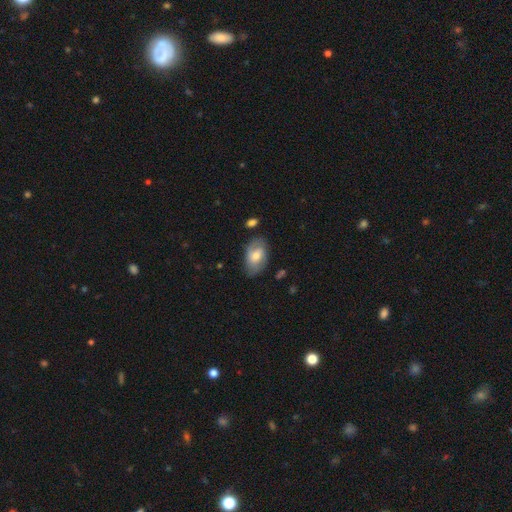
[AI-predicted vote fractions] The model was most divided on "smooth or featured": smooth: 51%, featured or disk: 42%, star or artifact: 7%. More confident: how rounded — in between (90%); merging — none (71%).